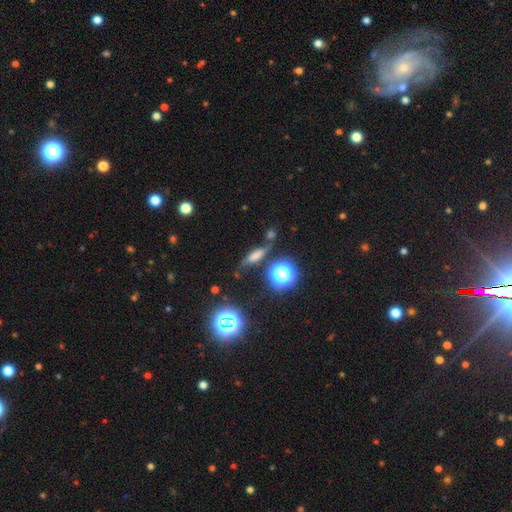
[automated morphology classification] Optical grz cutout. It shows a smooth galaxy with no disk features (55%) that is cigar-shaped (53%). Merging: none (62%).